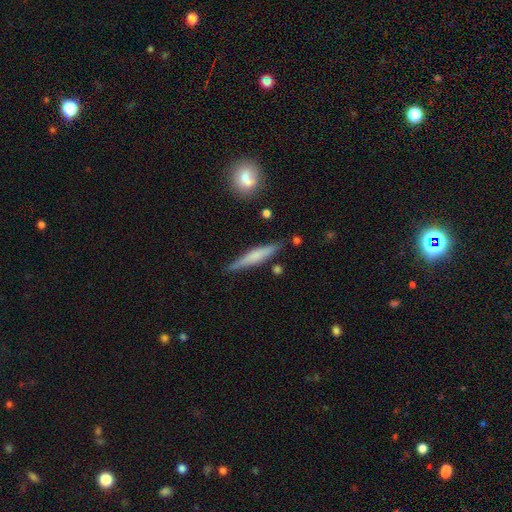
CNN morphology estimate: Smooth or featured? smooth (52%)
How rounded? cigar-shaped (91%)
Merging? none (84%)